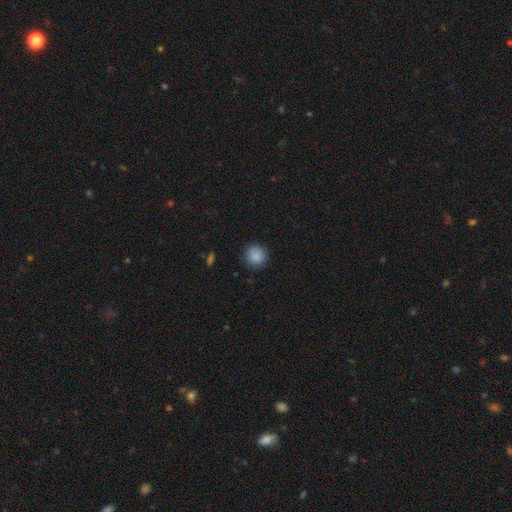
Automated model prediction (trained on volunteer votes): This appears to be a smooth galaxy with no disk features (88%) that is round (92%). Merging: none (87%).